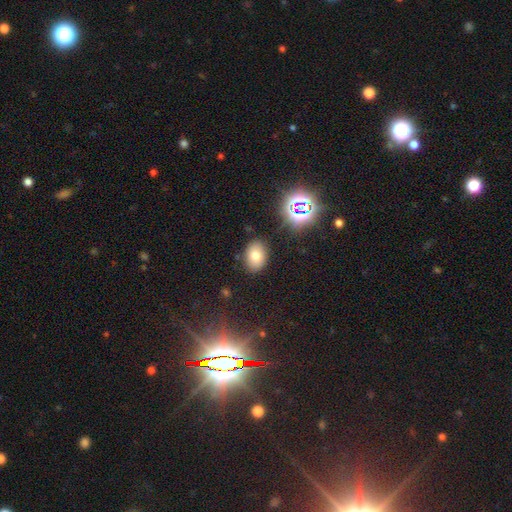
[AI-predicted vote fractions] This appears to be a smooth galaxy with no disk features (71%) that is in between round and cigar-shaped (76%). Merging: none (84%).